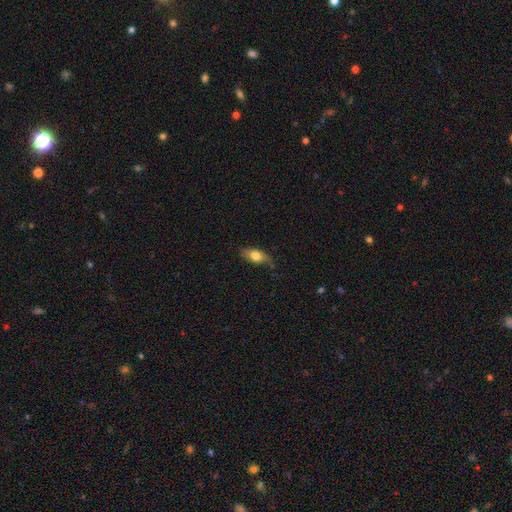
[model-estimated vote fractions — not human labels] smooth-or-featured: smooth: 75% | featured or disk: 18% | star or artifact: 7%
  how-rounded: in between: 83% | cigar-shaped: 11% | round: 6%
  merging: none: 69% | minor disturbance: 24% | major disturbance: 5% | merger: 2%